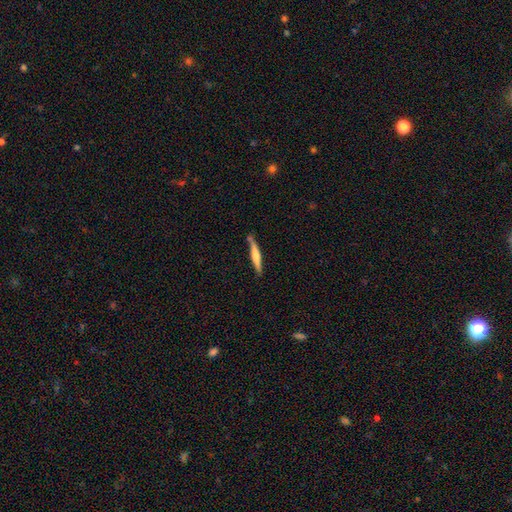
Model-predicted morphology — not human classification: A featured or disk galaxy (48%). Merging: none (74%).